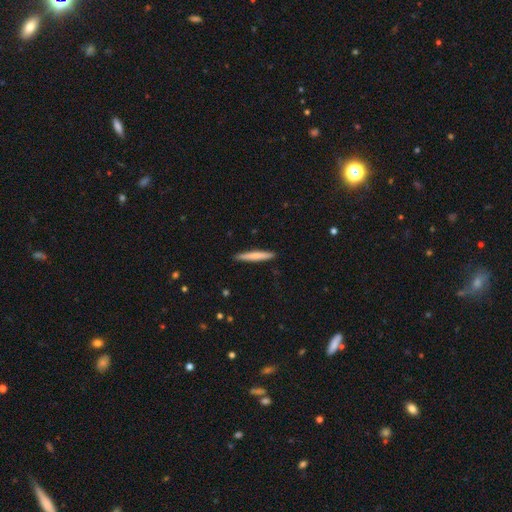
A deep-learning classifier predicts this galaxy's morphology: The model was most divided on "smooth or featured": smooth: 71%, featured or disk: 23%, star or artifact: 5%. More confident: how rounded — cigar-shaped (95%); merging — none (91%).